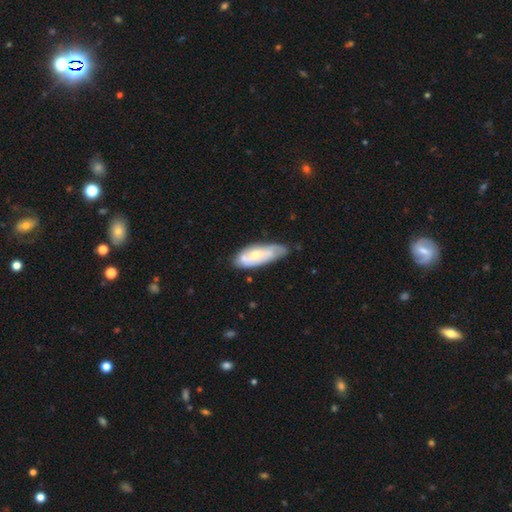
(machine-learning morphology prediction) A featured or disk galaxy (52%).

Vote fractions:
- Smooth or featured? featured or disk: 52% / smooth: 42% / star or artifact: 6%
- Edge-on disk? no: 83% / yes: 17%
- Merging? none: 59% / minor disturbance: 29% / major disturbance: 7% / merger: 4%